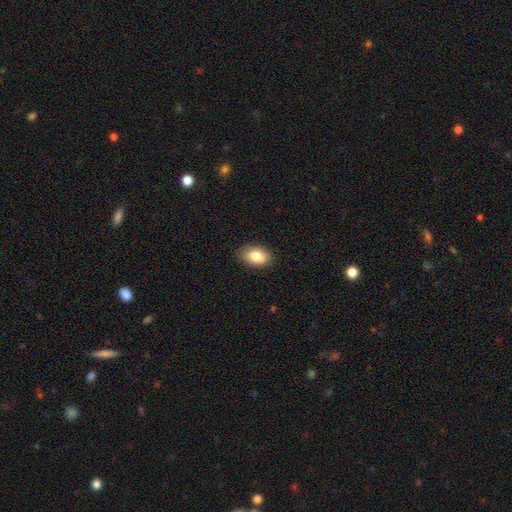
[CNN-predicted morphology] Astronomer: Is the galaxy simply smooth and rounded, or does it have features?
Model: smooth — 80%.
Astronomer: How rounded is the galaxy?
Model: in between — 87%.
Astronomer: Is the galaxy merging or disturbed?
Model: none — 86%.